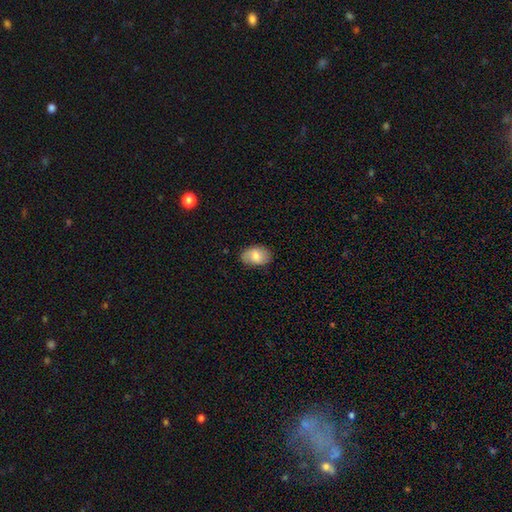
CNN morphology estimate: Smooth or featured? smooth (75%)
How rounded? in between (85%)
Merging? none (79%)